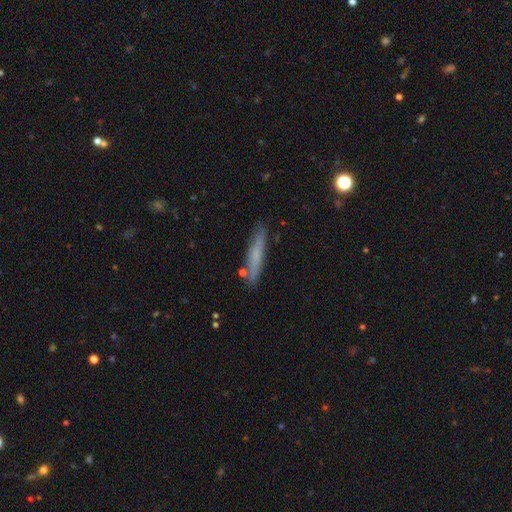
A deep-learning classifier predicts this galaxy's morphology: smooth_or_featured: smooth (p=0.60) [alt: featured or disk p=0.33]
how_rounded: cigar-shaped (p=0.92) [alt: in between p=0.06]
merging: none (p=0.85) [alt: minor disturbance p=0.10]